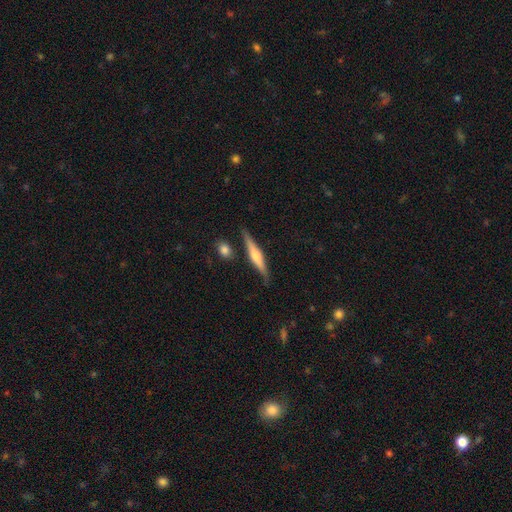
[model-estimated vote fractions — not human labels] The model was most divided on "smooth or featured": featured or disk: 61%, smooth: 33%, star or artifact: 6%. More confident: edge-on disk — yes (97%); merging — none (82%); edge-on bulge — rounded (74%).